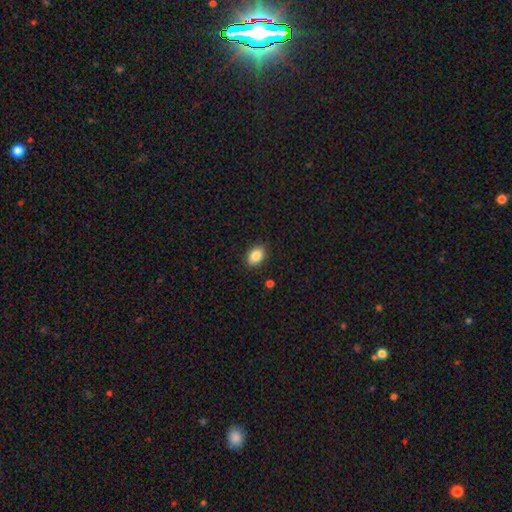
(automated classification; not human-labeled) smooth_or_featured: smooth (p=0.86) [alt: star or artifact p=0.08]
how_rounded: in between (p=0.81) [alt: round p=0.17]
merging: none (p=0.89) [alt: minor disturbance p=0.08]